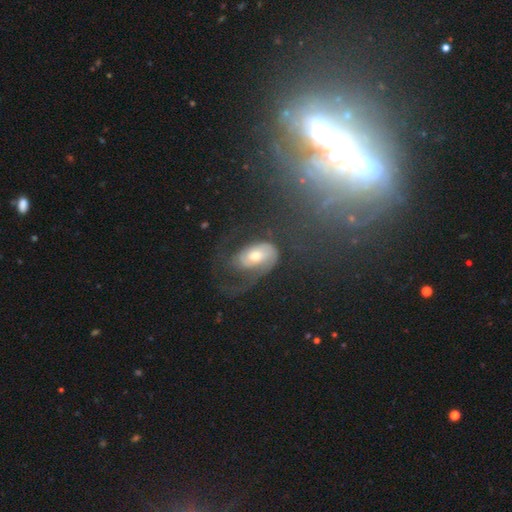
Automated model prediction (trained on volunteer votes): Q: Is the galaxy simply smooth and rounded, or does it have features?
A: featured or disk — 69%.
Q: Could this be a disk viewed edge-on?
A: no — 96%.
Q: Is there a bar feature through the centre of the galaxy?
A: no — 59%.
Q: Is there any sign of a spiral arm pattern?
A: yes — 86%.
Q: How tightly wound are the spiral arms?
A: medium — 40%.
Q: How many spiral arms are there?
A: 2 — 48%.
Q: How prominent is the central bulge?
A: moderate — 62%.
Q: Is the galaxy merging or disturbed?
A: none — 40%.